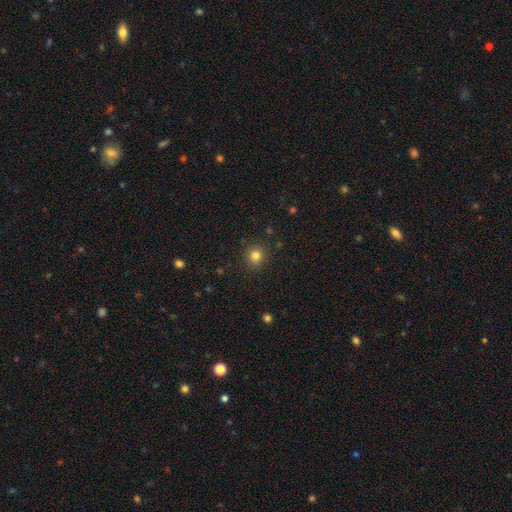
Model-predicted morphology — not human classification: Smooth or featured?
  - smooth: 80% *
  - star or artifact: 14%
  - featured or disk: 6%
How rounded?
  - round: 88% *
  - in between: 11%
  - cigar-shaped: 1%
Merging?
  - none: 89% *
  - minor disturbance: 7%
  - major disturbance: 2%
  - merger: 1%